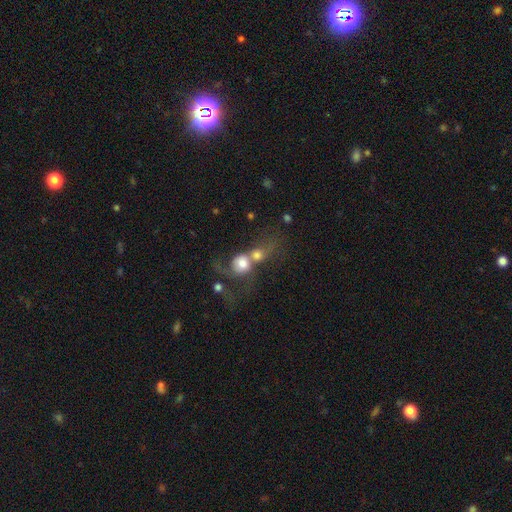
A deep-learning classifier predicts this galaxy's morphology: Smooth or featured? smooth (48%)
Merging? merger (73%)